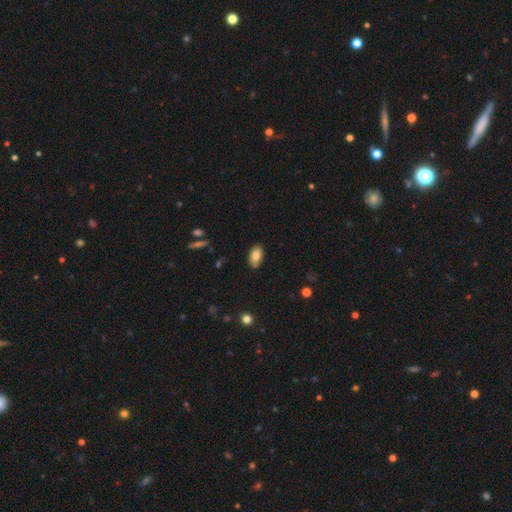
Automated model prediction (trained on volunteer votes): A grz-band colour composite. It shows a smooth galaxy with no disk features (80%) that is in between round and cigar-shaped (94%). Merging: none (83%).